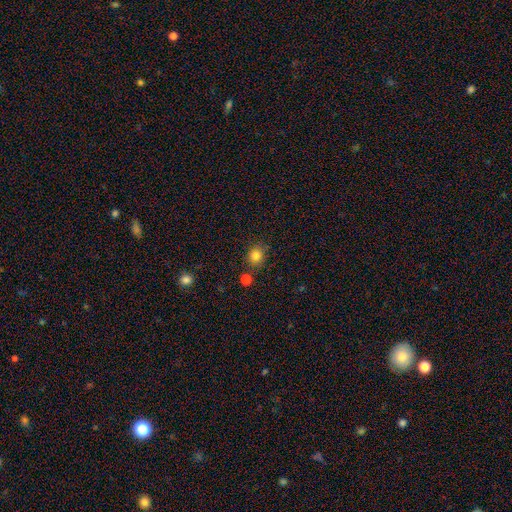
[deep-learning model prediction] smooth-or-featured: smooth: 83% | star or artifact: 12% | featured or disk: 5%
  how-rounded: round: 81% | in between: 18% | cigar-shaped: 1%
  merging: none: 81% | minor disturbance: 10% | merger: 6% | major disturbance: 3%